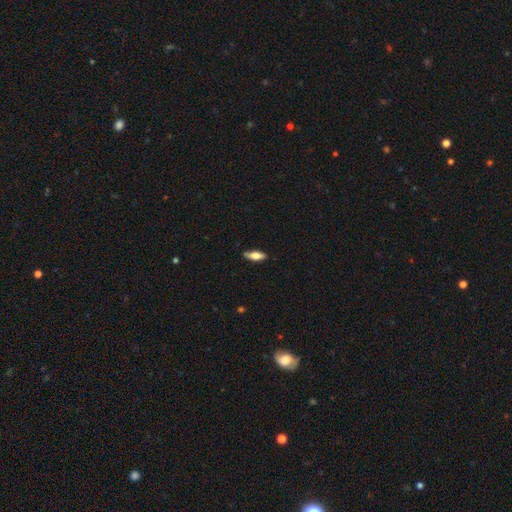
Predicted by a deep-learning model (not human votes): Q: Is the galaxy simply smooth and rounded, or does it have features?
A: smooth — 70%.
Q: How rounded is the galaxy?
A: in between — 67%.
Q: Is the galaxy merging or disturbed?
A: none — 82%.